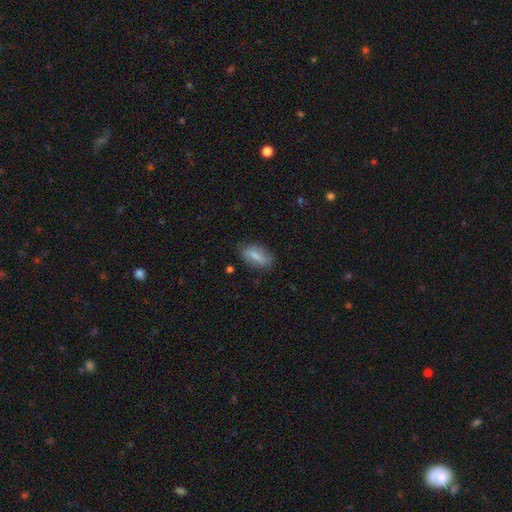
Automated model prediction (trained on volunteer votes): Overall: smooth (75%). How rounded: in between (82%). Merging: none (72%).